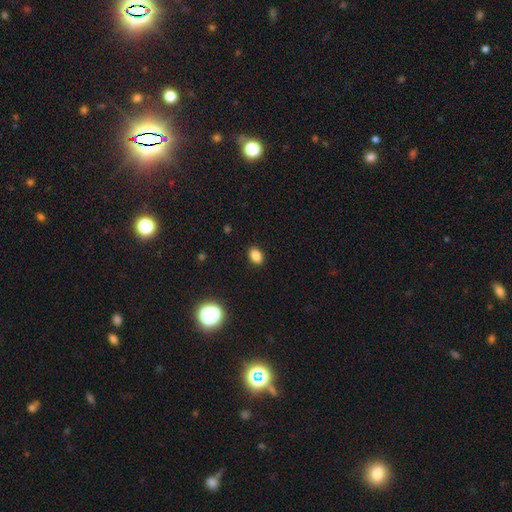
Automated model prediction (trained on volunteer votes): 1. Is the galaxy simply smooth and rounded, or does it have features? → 84% smooth, 11% star or artifact, 5% featured or disk.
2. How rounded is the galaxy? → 80% in between, 19% round, 1% cigar-shaped.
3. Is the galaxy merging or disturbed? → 90% none, 7% minor disturbance, 2% major disturbance, 1% merger.